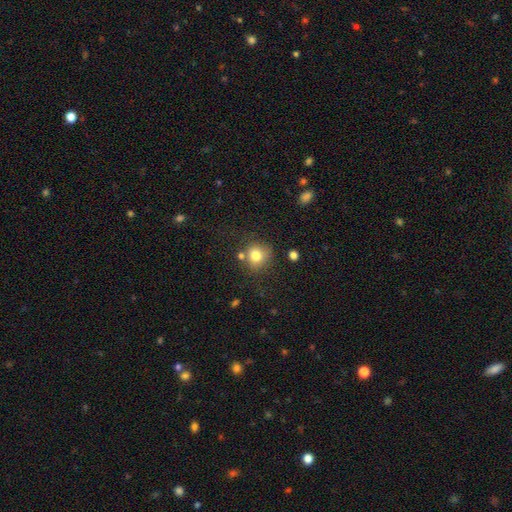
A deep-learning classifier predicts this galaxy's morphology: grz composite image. It shows a smooth galaxy with no disk features (80%) that is round (86%). Merging: none (71%).